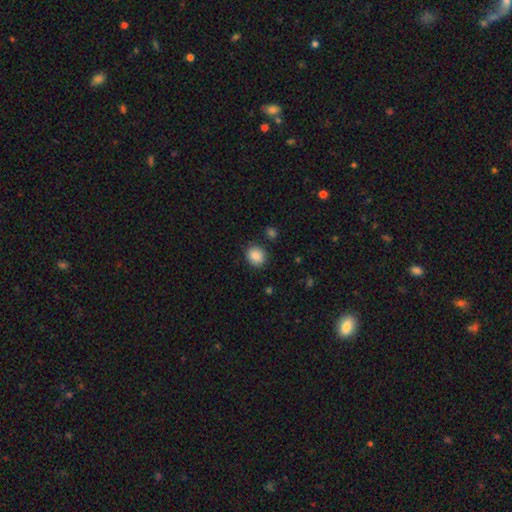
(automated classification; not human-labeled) This is clearly a smooth galaxy (88%). How rounded: likely round (70%). Merging: clearly none (84%).